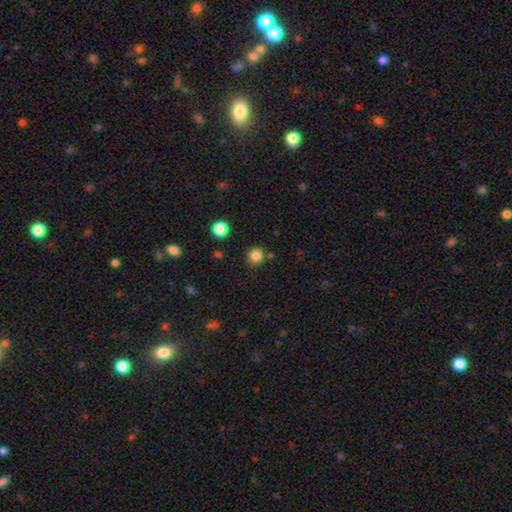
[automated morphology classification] Smooth or featured?
  - smooth: 84% *
  - star or artifact: 12%
  - featured or disk: 4%
How rounded?
  - round: 91% *
  - in between: 8%
  - cigar-shaped: 1%
Merging?
  - none: 82% *
  - minor disturbance: 10%
  - merger: 6%
  - major disturbance: 3%